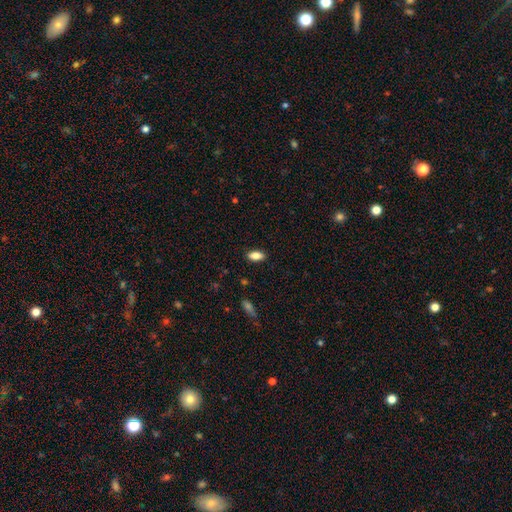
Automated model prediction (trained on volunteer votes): smooth-or-featured: smooth: 84% | featured or disk: 8% | star or artifact: 8%
  how-rounded: in between: 88% | cigar-shaped: 8% | round: 3%
  merging: none: 87% | minor disturbance: 10% | major disturbance: 2% | merger: 1%